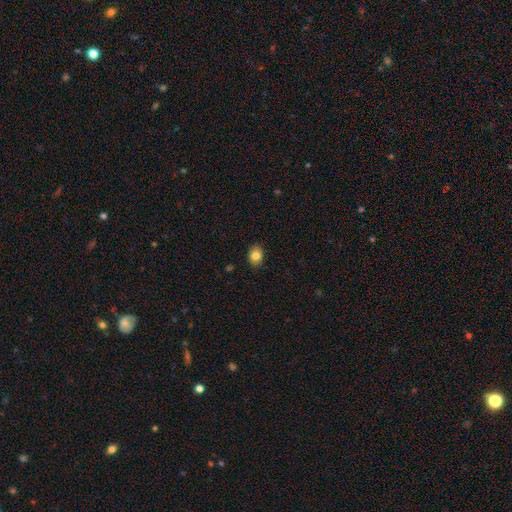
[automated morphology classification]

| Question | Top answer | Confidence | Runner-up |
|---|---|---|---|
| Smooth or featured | smooth | 84% | star or artifact (10%) |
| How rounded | in between | 57% | round (42%) |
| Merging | none | 87% | minor disturbance (10%) |